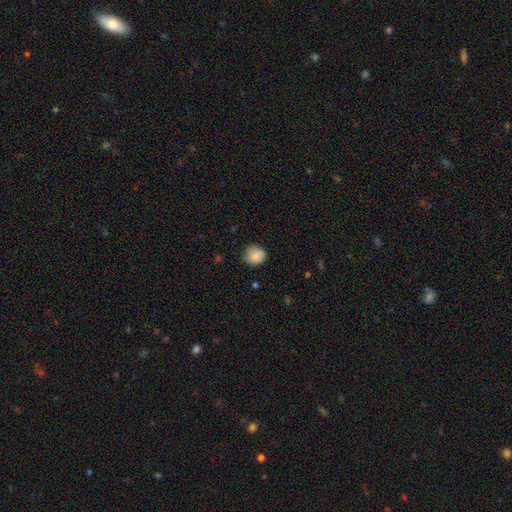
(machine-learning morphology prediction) type=smooth (85%); roundness=round (83%); merging=none (76%).